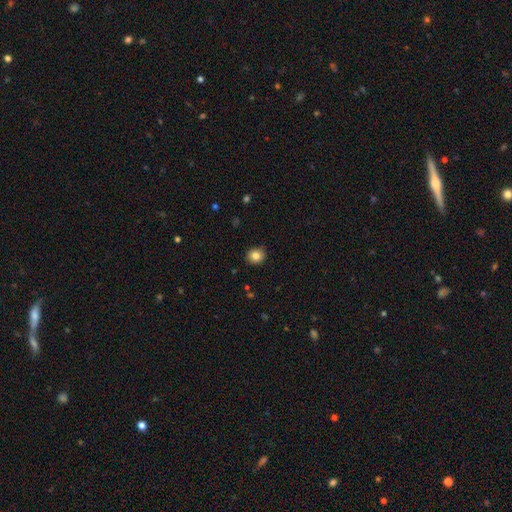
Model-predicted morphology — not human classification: This appears to be a smooth galaxy with no disk features (84%) that is round (80%). Merging: none (89%).